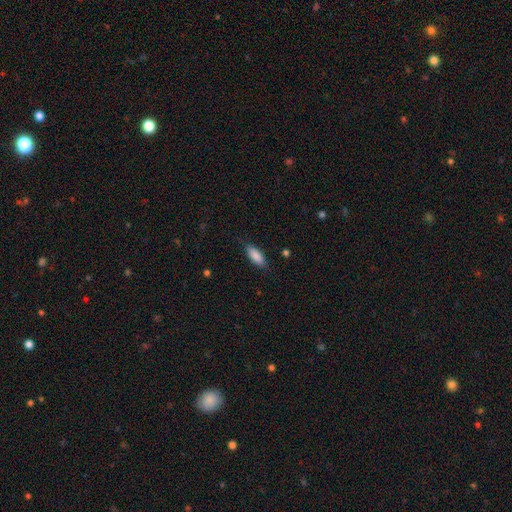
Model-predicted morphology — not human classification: Q: Smooth or featured?
A: smooth (86%); runner-up: featured or disk (7%)
Q: How rounded?
A: in between (75%); runner-up: cigar-shaped (23%)
Q: Merging?
A: none (81%); runner-up: minor disturbance (15%)